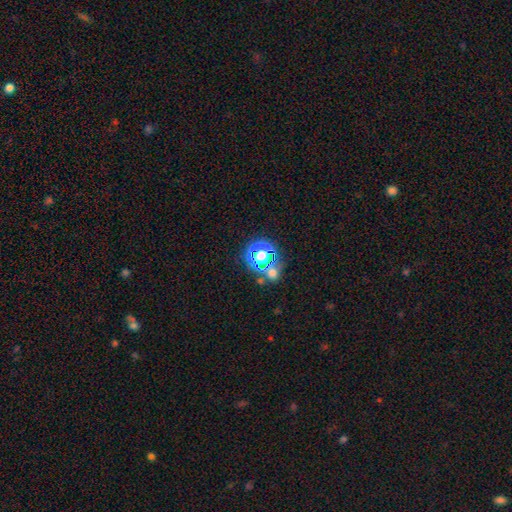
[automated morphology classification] Overall: star or artifact (54%; smooth 36%).